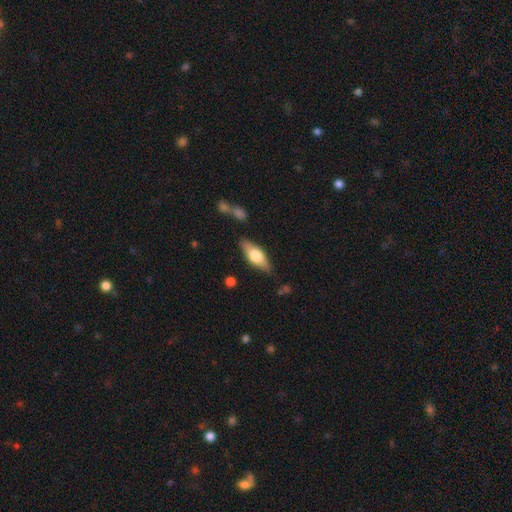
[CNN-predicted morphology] Q: Smooth or featured?
A: smooth (59%); runner-up: featured or disk (35%)
Q: How rounded?
A: in between (69%); runner-up: cigar-shaped (29%)
Q: Merging?
A: none (82%); runner-up: minor disturbance (13%)